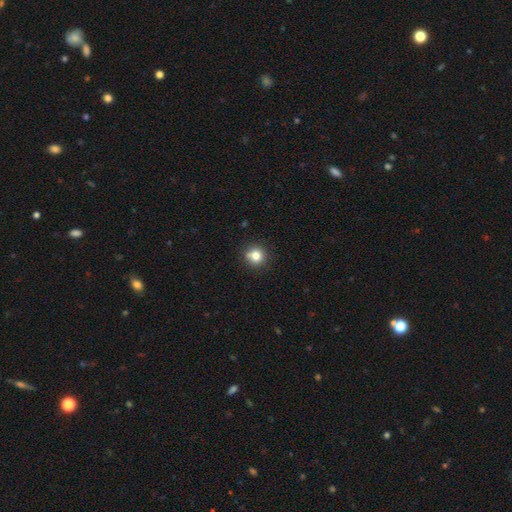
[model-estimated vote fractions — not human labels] A smooth galaxy with no disk features (80%) that is round (91%).

Vote fractions:
- Smooth or featured? smooth: 80% / star or artifact: 12% / featured or disk: 8%
- How rounded? round: 91% / in between: 8% / cigar-shaped: 1%
- Merging? none: 82% / minor disturbance: 11% / merger: 4% / major disturbance: 3%